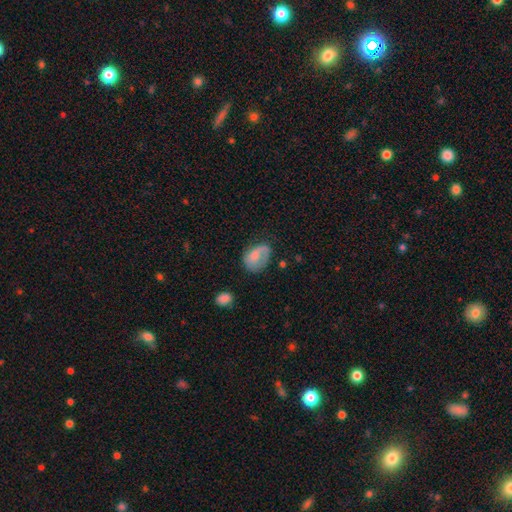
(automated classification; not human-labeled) This appears to be a smooth galaxy with no disk features (63%) that is in between round and cigar-shaped (75%). Merging: none (45%).